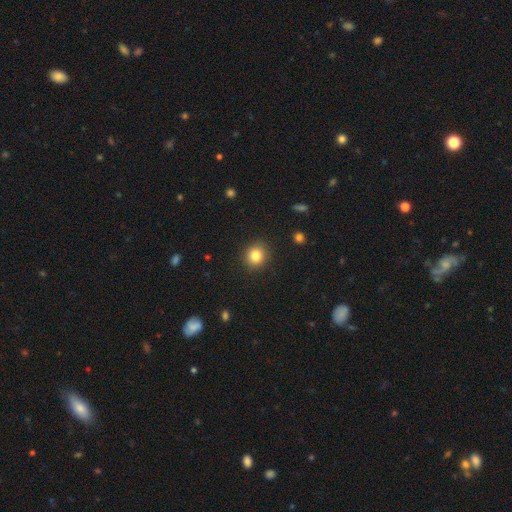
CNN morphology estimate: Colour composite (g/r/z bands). It shows a smooth galaxy with no disk features (83%) that is round (82%). Merging: none (90%).